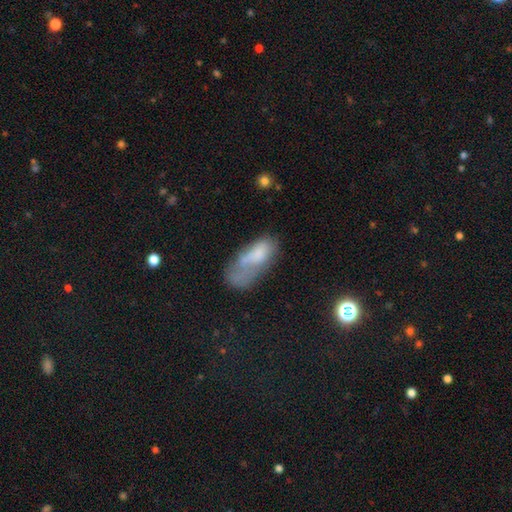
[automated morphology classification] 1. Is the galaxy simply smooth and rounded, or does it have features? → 62% smooth, 28% featured or disk, 10% star or artifact.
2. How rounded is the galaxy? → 82% in between, 14% cigar-shaped, 4% round.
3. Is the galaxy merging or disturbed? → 37% major disturbance, 24% none, 23% minor disturbance, 17% merger.